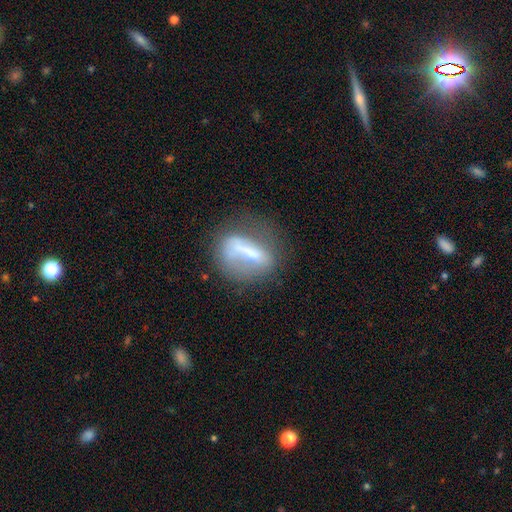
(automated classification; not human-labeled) Smooth or featured?
  - featured or disk: 46% *
  - smooth: 43%
  - star or artifact: 10%
Merging?
  - none: 39% *
  - major disturbance: 33%
  - minor disturbance: 22%
  - merger: 7%